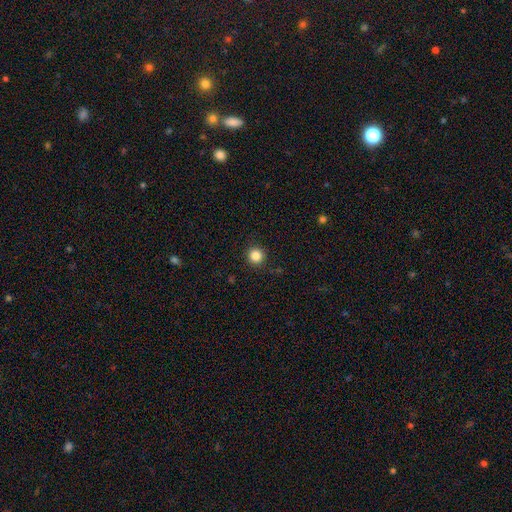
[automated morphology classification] This appears to be a smooth galaxy with no disk features (86%) that is round (95%). Merging: none (91%).